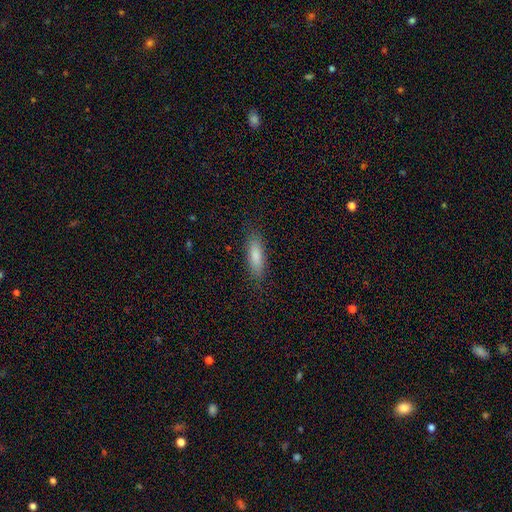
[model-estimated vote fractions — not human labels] A smooth galaxy with no disk features (82%) that is cigar-shaped (51%). Merging: none (85%).